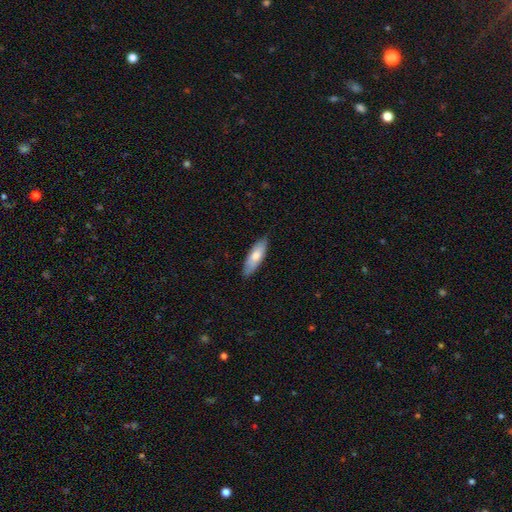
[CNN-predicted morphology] smooth-or-featured: smooth: 72% | featured or disk: 23% | star or artifact: 5%
  how-rounded: in between: 57% | cigar-shaped: 42% | round: 2%
  merging: none: 82% | minor disturbance: 15% | major disturbance: 2% | merger: 1%